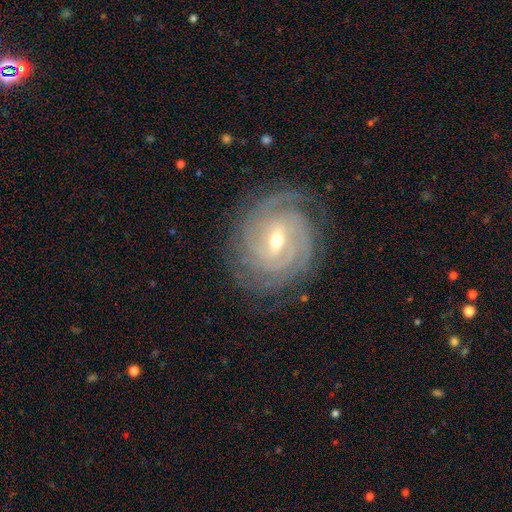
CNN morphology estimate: Smooth or featured: featured or disk — 91% (star or artifact — 5%)
Edge-on disk: no — 97% (yes — 3%)
Bar: weak — 50% (strong — 32%)
Spiral arms: yes — 98% (no — 2%)
Spiral winding: tight — 82% (medium — 15%)
Spiral arm count: 3 — 26% (can't tell — 21%)
Bulge size: moderate — 53% (small — 44%)
Merging: none — 81% (minor disturbance — 13%)